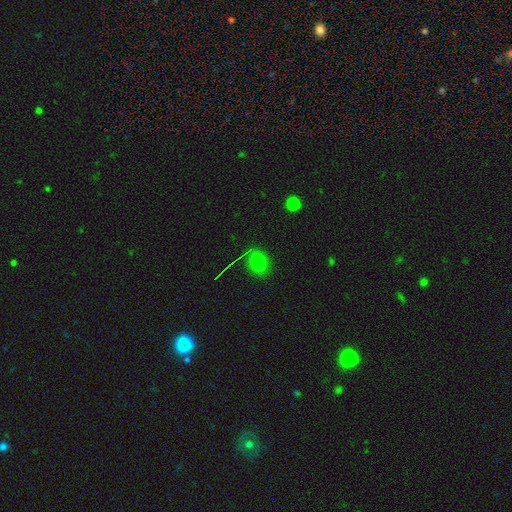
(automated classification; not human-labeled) Q: Smooth or featured?
A: smooth (66%); runner-up: star or artifact (23%)
Q: How rounded?
A: round (65%); runner-up: in between (33%)
Q: Merging?
A: none (79%); runner-up: minor disturbance (13%)